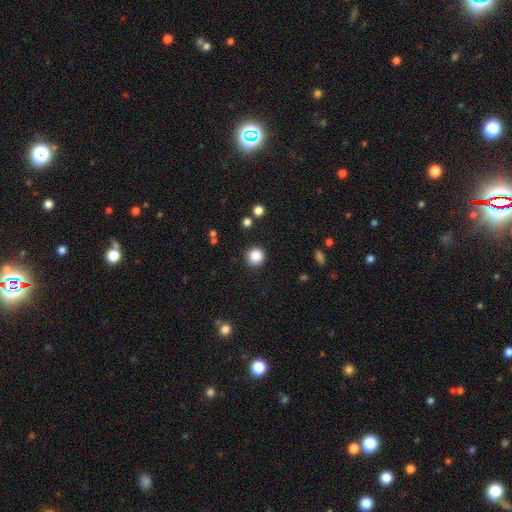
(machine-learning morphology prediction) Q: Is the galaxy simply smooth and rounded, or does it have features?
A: smooth — 86%.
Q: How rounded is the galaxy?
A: round — 93%.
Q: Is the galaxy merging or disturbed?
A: none — 91%.